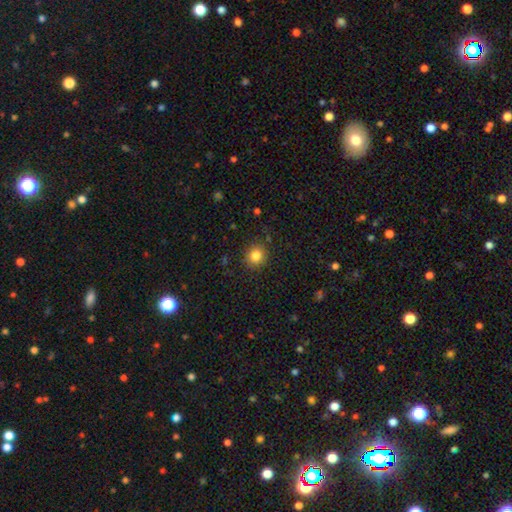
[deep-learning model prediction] Overall: smooth (83%). How rounded: round (85%). Merging: none (88%).